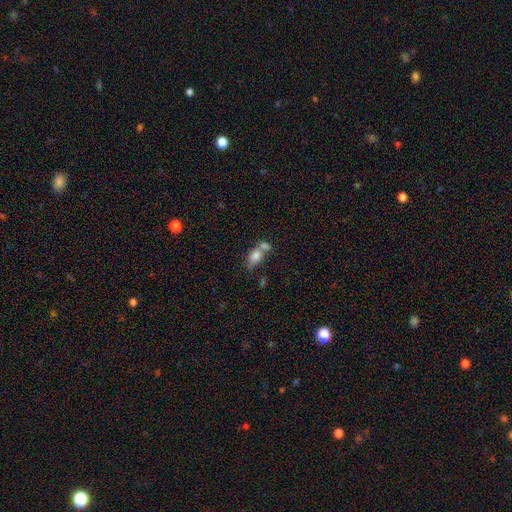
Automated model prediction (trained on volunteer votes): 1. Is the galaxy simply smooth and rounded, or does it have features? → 78% smooth, 13% featured or disk, 9% star or artifact.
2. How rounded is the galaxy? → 83% in between, 13% round, 4% cigar-shaped.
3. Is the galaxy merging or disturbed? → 51% merger, 32% none, 11% minor disturbance, 5% major disturbance.